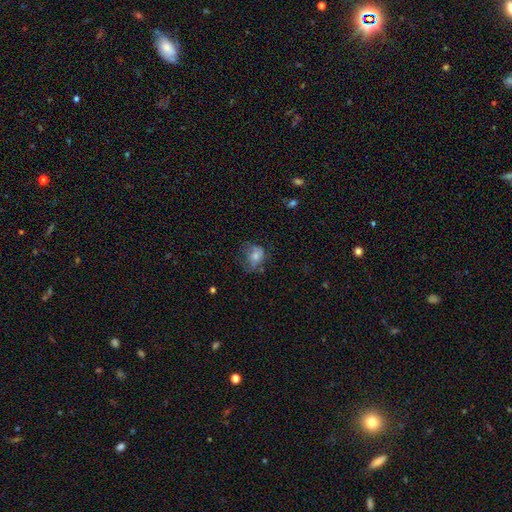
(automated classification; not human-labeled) smooth 52%, featured or disk 31%, star or artifact 17%. Down the decision tree: how rounded — round (58%); merging — none (55%).